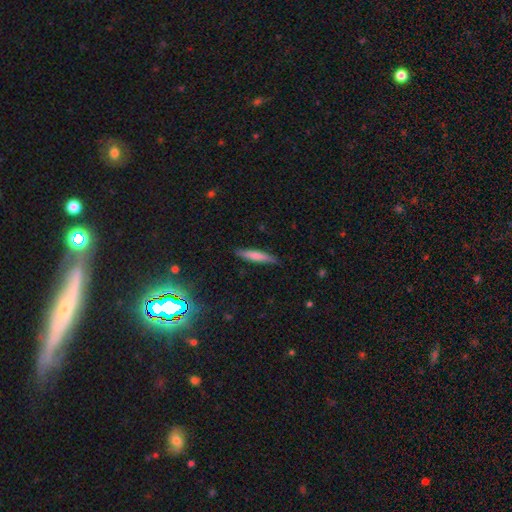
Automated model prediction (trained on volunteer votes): A smooth galaxy with no disk features (71%) that is cigar-shaped (89%).

Vote fractions:
- Smooth or featured? smooth: 71% / featured or disk: 22% / star or artifact: 6%
- How rounded? cigar-shaped: 89% / in between: 10% / round: 1%
- Merging? none: 84% / minor disturbance: 13% / major disturbance: 2% / merger: 1%